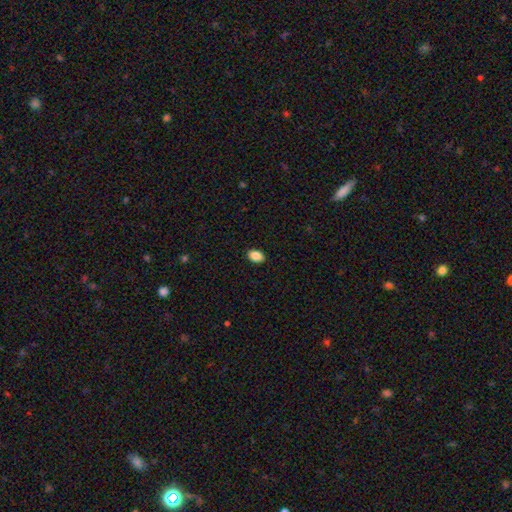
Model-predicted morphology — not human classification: A smooth galaxy with no disk features (88%) that is in between round and cigar-shaped (88%).

Vote fractions:
- Smooth or featured? smooth: 88% / star or artifact: 8% / featured or disk: 4%
- How rounded? in between: 88% / round: 11% / cigar-shaped: 1%
- Merging? none: 90% / minor disturbance: 8% / major disturbance: 2% / merger: 1%